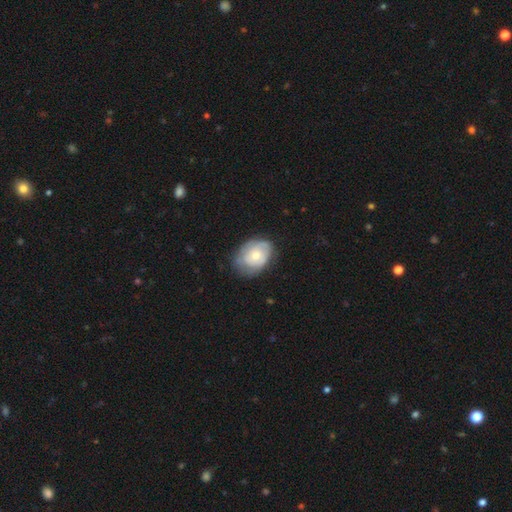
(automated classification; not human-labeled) The model was most divided on "smooth or featured": featured or disk: 51%, smooth: 43%, star or artifact: 6%. More confident: edge-on disk — no (96%); merging — none (61%).